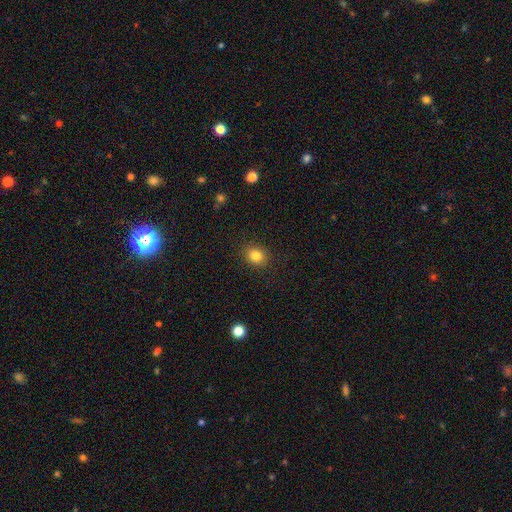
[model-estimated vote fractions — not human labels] Smooth or featured?
  - smooth: 83% *
  - star or artifact: 11%
  - featured or disk: 6%
How rounded?
  - round: 59% *
  - in between: 40%
  - cigar-shaped: 1%
Merging?
  - none: 89% *
  - minor disturbance: 8%
  - major disturbance: 2%
  - merger: 1%